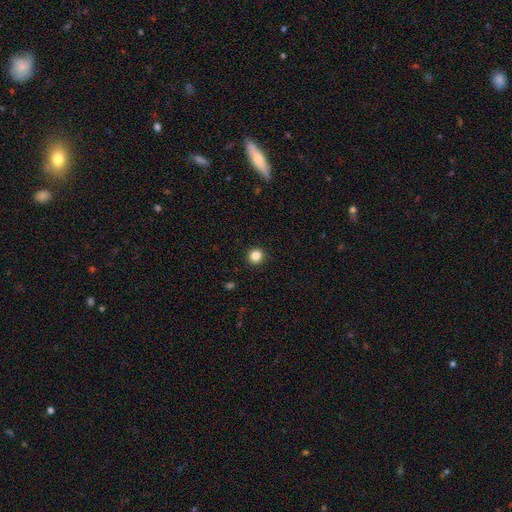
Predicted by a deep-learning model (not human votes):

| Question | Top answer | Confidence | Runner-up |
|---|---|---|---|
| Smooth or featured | smooth | 84% | star or artifact (11%) |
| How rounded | round | 94% | in between (5%) |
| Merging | none | 93% | minor disturbance (4%) |